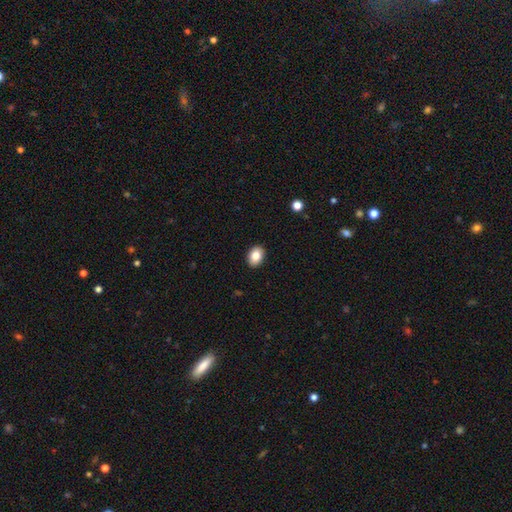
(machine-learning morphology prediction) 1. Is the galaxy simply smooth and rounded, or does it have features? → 85% smooth, 8% star or artifact, 7% featured or disk.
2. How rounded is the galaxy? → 77% in between, 22% round, 1% cigar-shaped.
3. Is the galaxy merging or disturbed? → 90% none, 7% minor disturbance, 2% major disturbance, 1% merger.